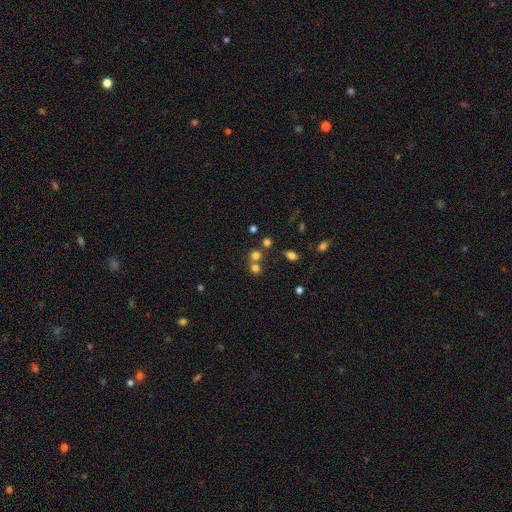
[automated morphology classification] A smooth galaxy with no disk features (69%) that is round (85%).

Vote fractions:
- Smooth or featured? smooth: 69% / star or artifact: 22% / featured or disk: 9%
- How rounded? round: 85% / in between: 13% / cigar-shaped: 1%
- Merging? none: 56% / merger: 34% / minor disturbance: 7% / major disturbance: 3%